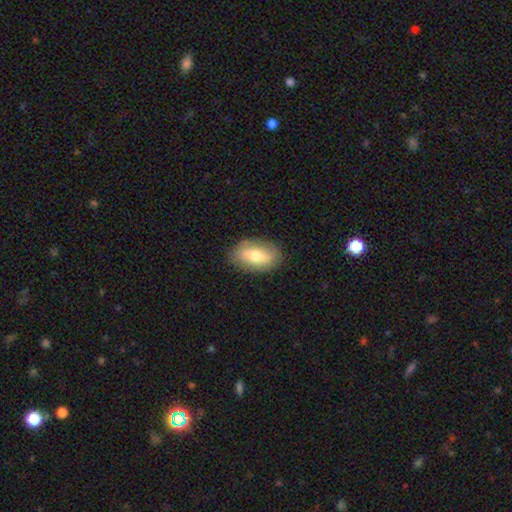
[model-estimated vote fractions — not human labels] smooth-or-featured: smooth: 65% | featured or disk: 29% | star or artifact: 7%
  how-rounded: in between: 90% | round: 7% | cigar-shaped: 3%
  merging: none: 86% | minor disturbance: 11% | major disturbance: 3% | merger: 1%